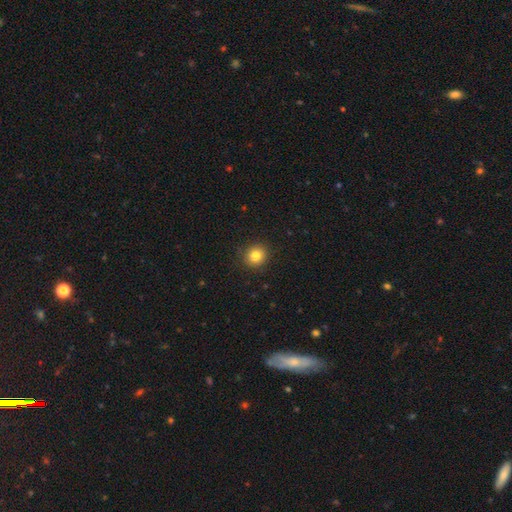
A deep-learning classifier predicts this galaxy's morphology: type=smooth (82%); roundness=round (89%); merging=none (91%).